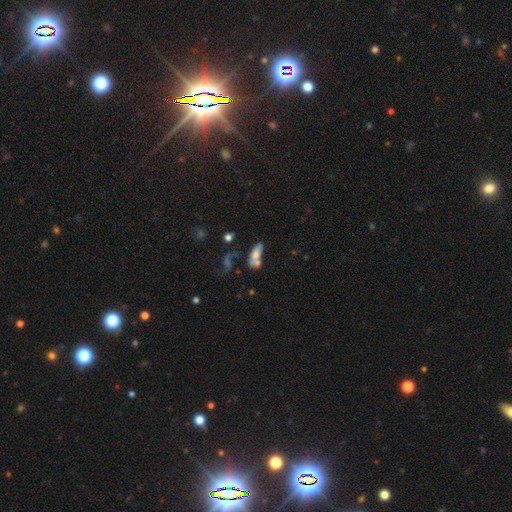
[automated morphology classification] This appears to be a smooth galaxy with no disk features (59%) that is in between round and cigar-shaped (73%). Merging: merger (41%).